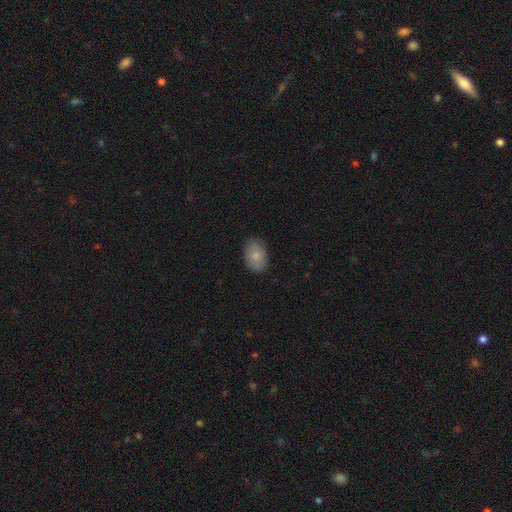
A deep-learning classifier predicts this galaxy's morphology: Smooth or featured: smooth — 83% (featured or disk — 10%)
How rounded: in between — 84% (round — 15%)
Merging: none — 84% (minor disturbance — 12%)